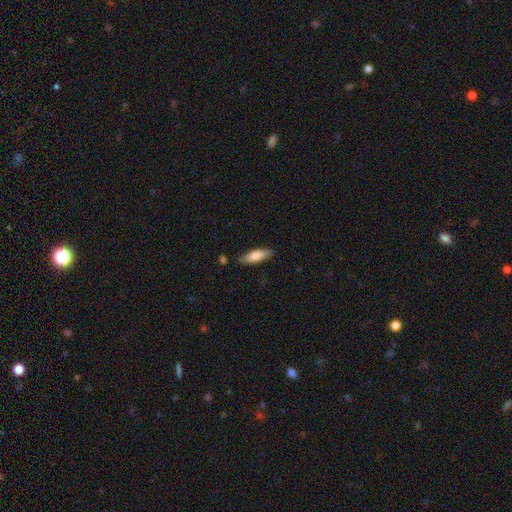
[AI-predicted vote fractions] A smooth galaxy with no disk features (76%) that is cigar-shaped (49%, tied with in between). Merging: none (82%).